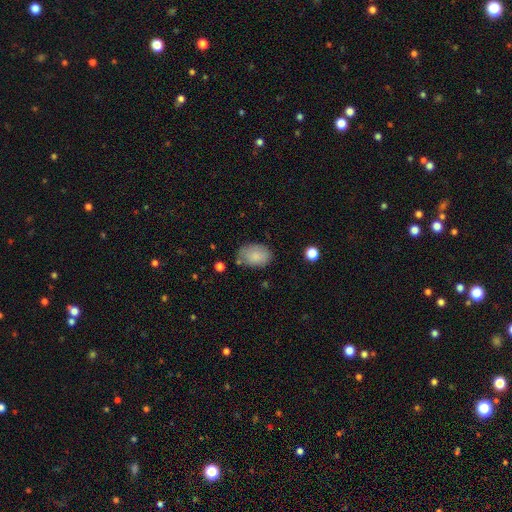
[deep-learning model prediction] smooth 85%, featured or disk 8%, star or artifact 7%. Down the decision tree: how rounded — in between (85%); merging — none (70%).